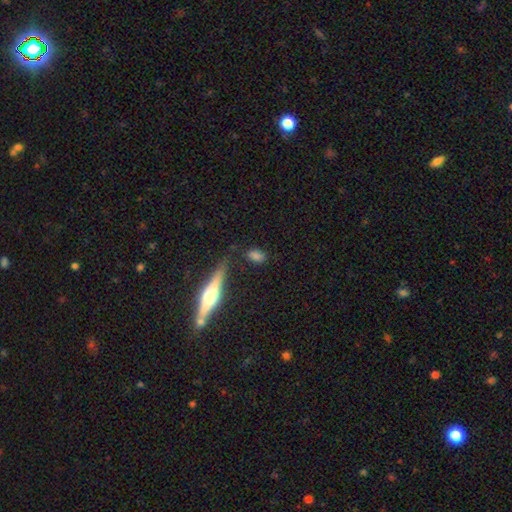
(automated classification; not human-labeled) smooth_or_featured: smooth (p=0.77) [alt: featured or disk p=0.12]
how_rounded: in between (p=0.78) [alt: round p=0.11]
merging: none (p=0.73) [alt: minor disturbance p=0.15]